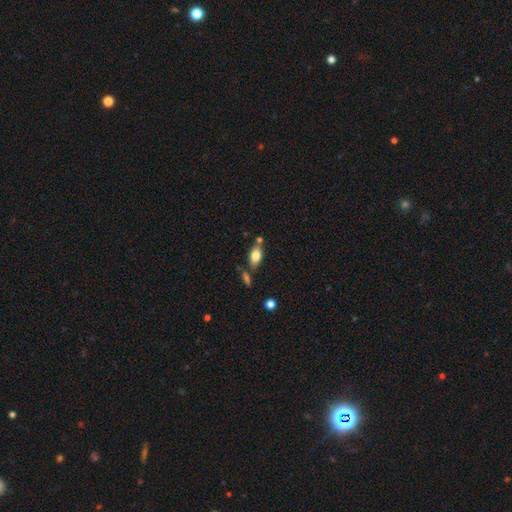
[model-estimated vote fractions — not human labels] Q: Smooth or featured?
A: smooth (78%); runner-up: featured or disk (14%)
Q: How rounded?
A: in between (88%); runner-up: round (6%)
Q: Merging?
A: none (65%); runner-up: merger (17%)